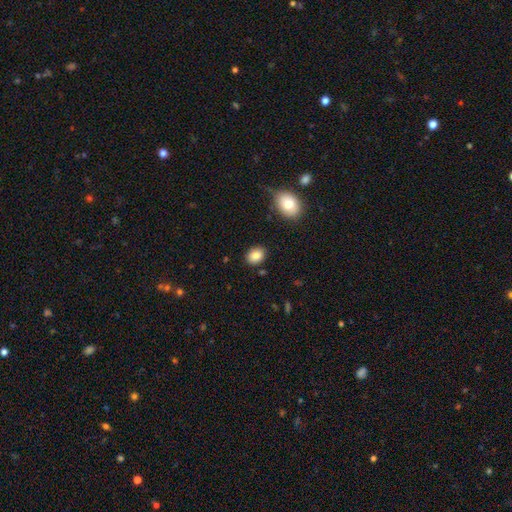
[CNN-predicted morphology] A smooth galaxy with no disk features (85%) that is in between round and cigar-shaped (61%). Merging: none (87%).